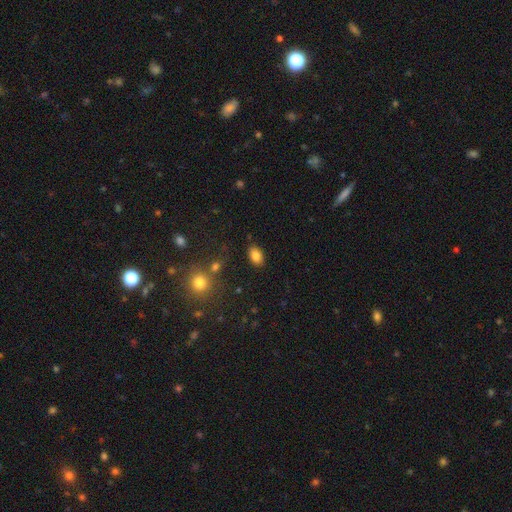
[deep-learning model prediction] Morphology: type=smooth (84%); roundness=in between (88%); merging=none (86%).